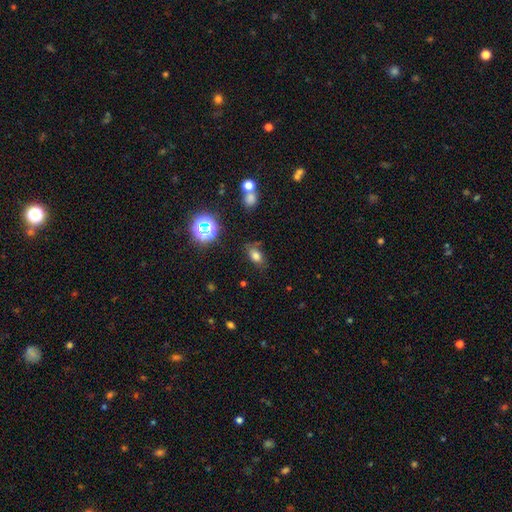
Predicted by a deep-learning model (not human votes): A smooth galaxy with no disk features (74%) that is in between round and cigar-shaped (83%).

Vote fractions:
- Smooth or featured? smooth: 74% / star or artifact: 17% / featured or disk: 9%
- How rounded? in between: 83% / round: 13% / cigar-shaped: 3%
- Merging? none: 76% / minor disturbance: 16% / major disturbance: 5% / merger: 4%